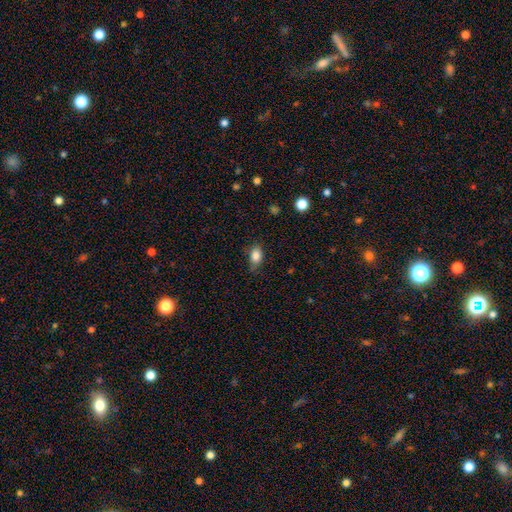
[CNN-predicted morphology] Smooth or featured? Predicted: smooth (p=0.84). How rounded? Predicted: in between (p=0.83). Merging? Predicted: none (p=0.72).